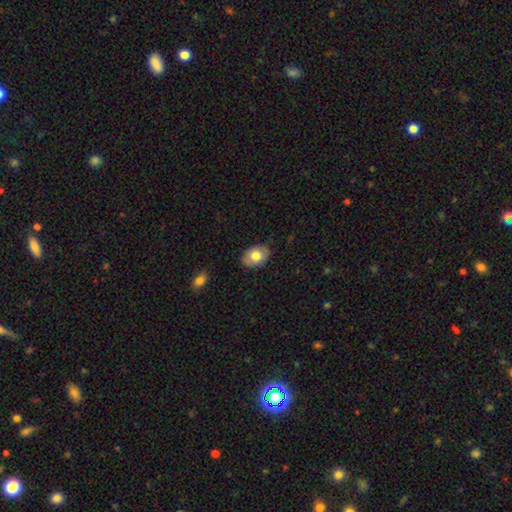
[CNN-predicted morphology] smooth_or_featured: smooth (p=0.75) [alt: featured or disk p=0.18]
how_rounded: in between (p=0.82) [alt: round p=0.17]
merging: none (p=0.83) [alt: minor disturbance p=0.13]